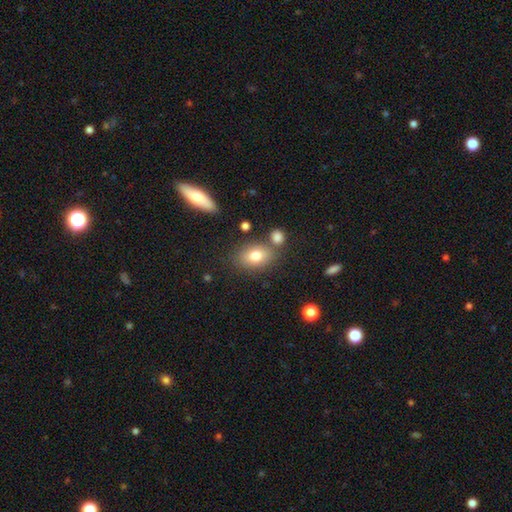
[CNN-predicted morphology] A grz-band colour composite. It shows a smooth galaxy with no disk features (78%) that is in between round and cigar-shaped (80%). Merging: none (70%).